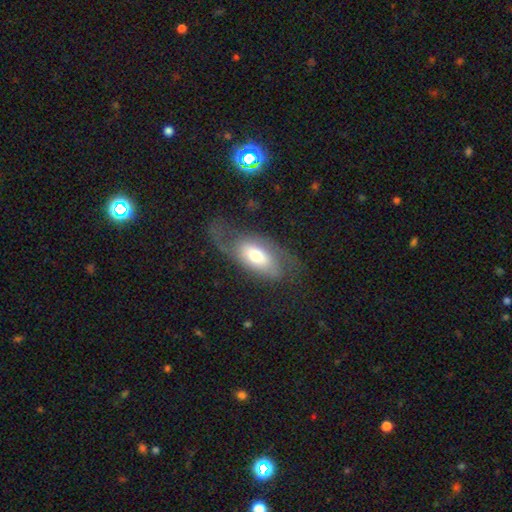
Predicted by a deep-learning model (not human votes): Overall: featured or disk (47%; smooth 46%). Merging: none (44%; major disturbance 31%).